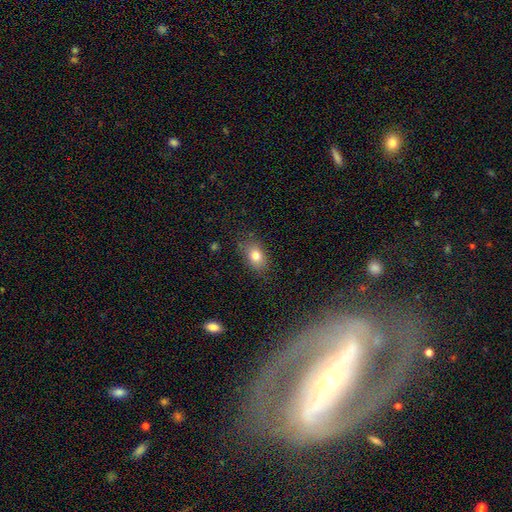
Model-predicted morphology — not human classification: Smooth or featured: smooth — 80% (featured or disk — 10%)
How rounded: in between — 79% (round — 19%)
Merging: none — 79% (minor disturbance — 15%)